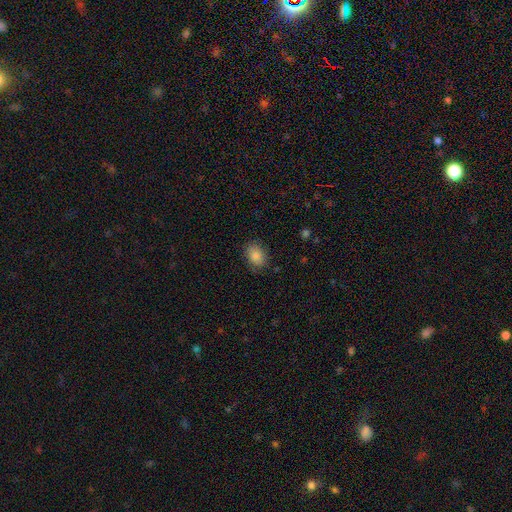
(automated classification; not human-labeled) A smooth galaxy with no disk features (86%) that is in between round and cigar-shaped (70%). Merging: none (82%).